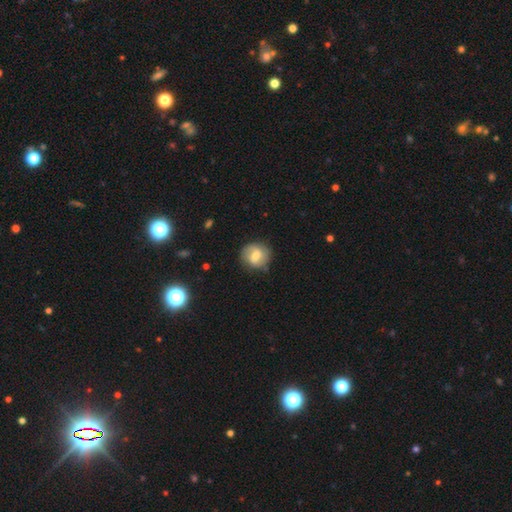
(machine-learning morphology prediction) This is likely a smooth galaxy (61%). How rounded: likely round (79%). Merging: likely none (76%).